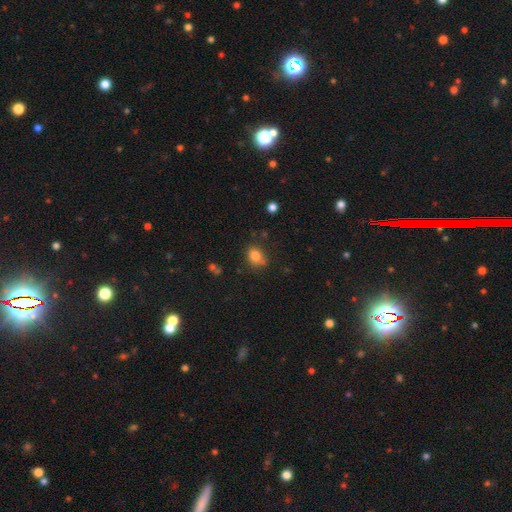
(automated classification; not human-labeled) Morphology: type=smooth (80%); roundness=round (53%); merging=none (70%).